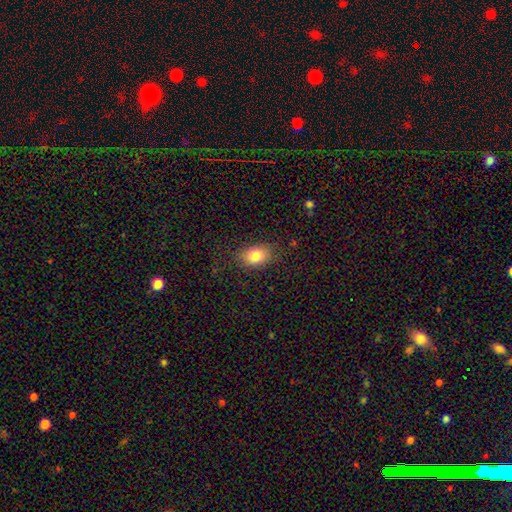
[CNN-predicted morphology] Smooth or featured: smooth — 82% (featured or disk — 9%)
How rounded: in between — 80% (round — 19%)
Merging: none — 81% (minor disturbance — 14%)